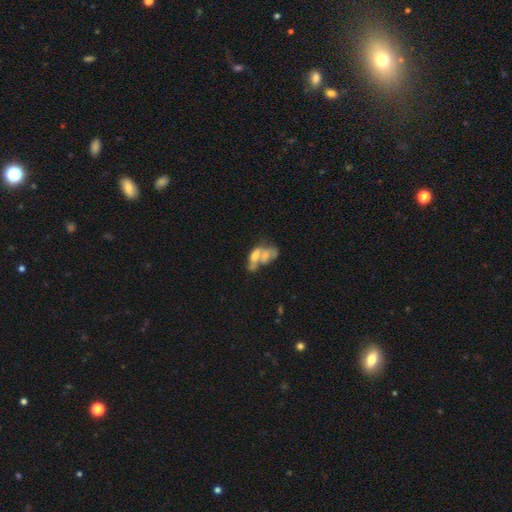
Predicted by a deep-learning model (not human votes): Overall: smooth (49%; featured or disk 41%). Merging: merger (69%).